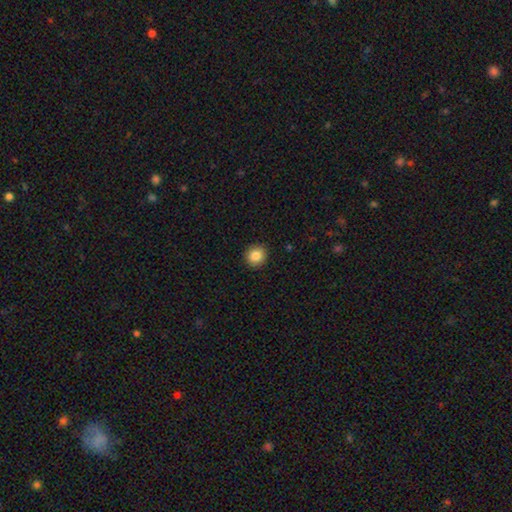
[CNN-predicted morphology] Q: Smooth or featured?
A: smooth (84%); runner-up: star or artifact (10%)
Q: How rounded?
A: round (91%); runner-up: in between (8%)
Q: Merging?
A: none (92%); runner-up: minor disturbance (5%)